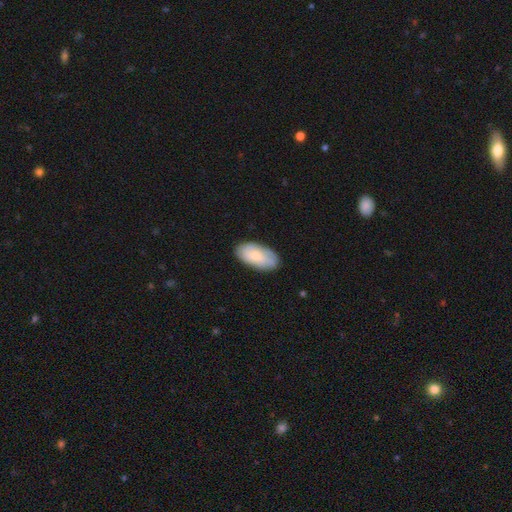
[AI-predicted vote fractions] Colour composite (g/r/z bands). It shows a smooth galaxy with no disk features (70%) that is in between round and cigar-shaped (94%). Merging: none (81%).